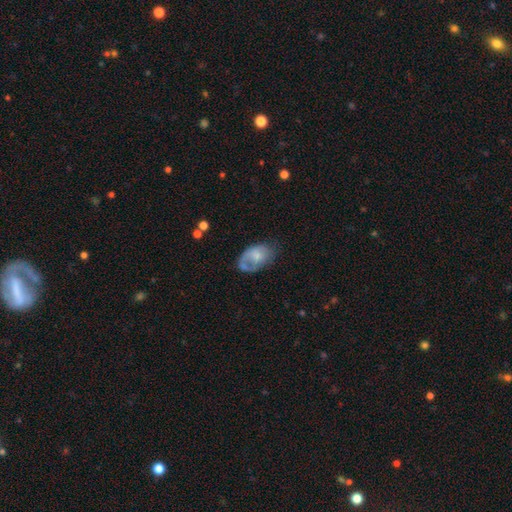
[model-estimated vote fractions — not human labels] smooth 59%, featured or disk 33%, star or artifact 8%. Down the decision tree: how rounded — in between (89%); merging — none (41%).